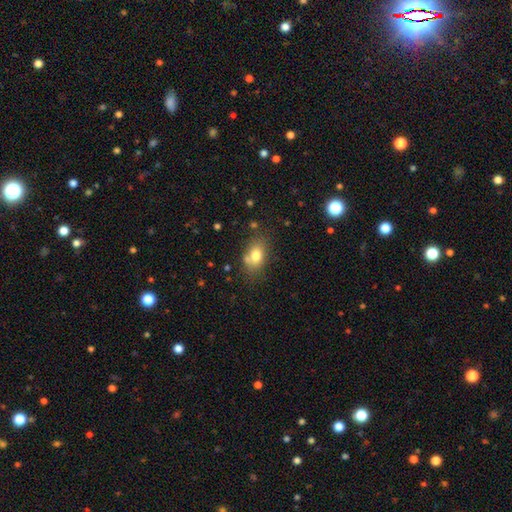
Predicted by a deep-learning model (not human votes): The model was most divided on "merging": none: 66%, minor disturbance: 18%, merger: 11%, major disturbance: 5%. More confident: how rounded — in between (79%); smooth or featured — smooth (77%).